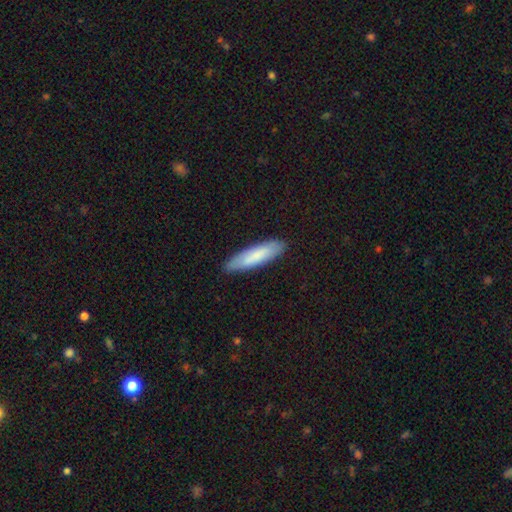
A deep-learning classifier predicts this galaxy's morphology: Q: Smooth or featured?
A: smooth (78%); runner-up: featured or disk (16%)
Q: How rounded?
A: cigar-shaped (74%); runner-up: in between (25%)
Q: Merging?
A: none (87%); runner-up: minor disturbance (10%)